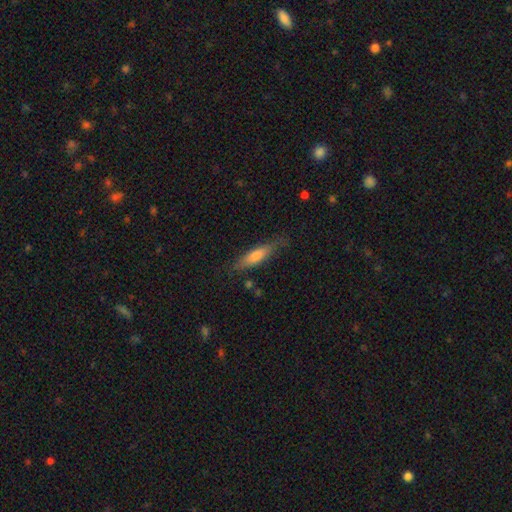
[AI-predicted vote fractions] A smooth galaxy with no disk features (68%) that is cigar-shaped (71%).

Vote fractions:
- Smooth or featured? smooth: 68% / featured or disk: 26% / star or artifact: 6%
- How rounded? cigar-shaped: 71% / in between: 28% / round: 2%
- Merging? none: 75% / minor disturbance: 18% / major disturbance: 5% / merger: 2%